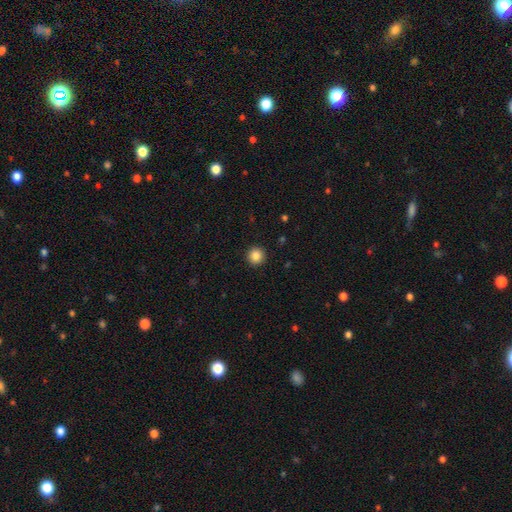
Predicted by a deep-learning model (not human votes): A smooth galaxy with no disk features (85%) that is round (94%).

Vote fractions:
- Smooth or featured? smooth: 85% / star or artifact: 10% / featured or disk: 4%
- How rounded? round: 94% / in between: 5% / cigar-shaped: 1%
- Merging? none: 93% / minor disturbance: 5% / major disturbance: 2% / merger: 1%